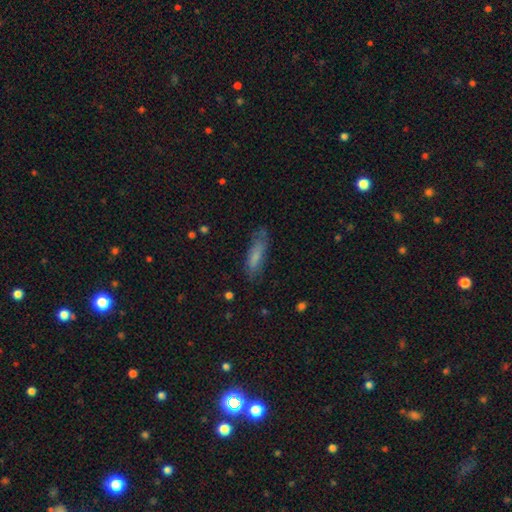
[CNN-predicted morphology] smooth_or_featured: smooth (p=0.70) [alt: featured or disk p=0.22]
how_rounded: cigar-shaped (p=0.61) [alt: in between p=0.38]
merging: none (p=0.70) [alt: minor disturbance p=0.22]